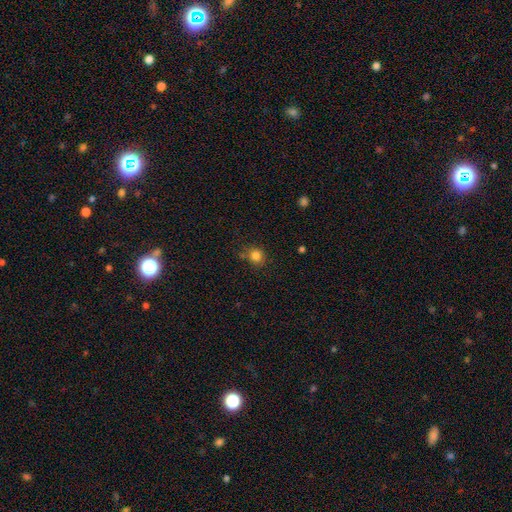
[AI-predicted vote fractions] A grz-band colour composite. It shows a smooth galaxy with no disk features (82%) that is round (84%). Merging: none (74%).